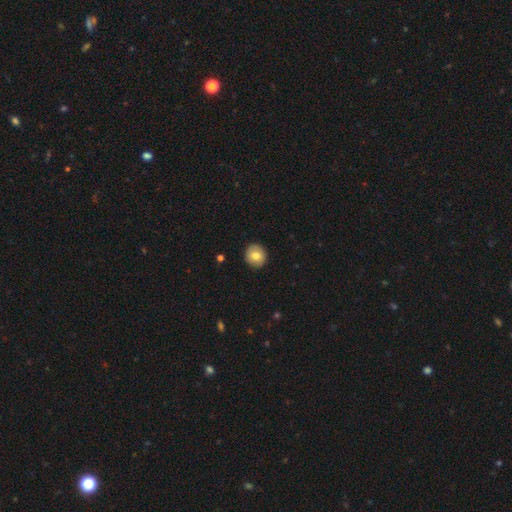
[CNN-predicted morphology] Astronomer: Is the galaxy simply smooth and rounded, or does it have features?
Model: smooth — 79%.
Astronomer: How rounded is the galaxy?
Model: round — 87%.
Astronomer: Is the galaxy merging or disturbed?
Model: none — 90%.